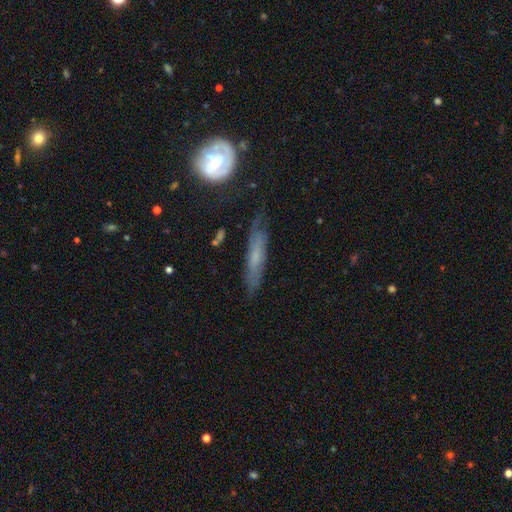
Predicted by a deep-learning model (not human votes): This is possibly a featured or disk galaxy (47%). Merging: likely none (67%).